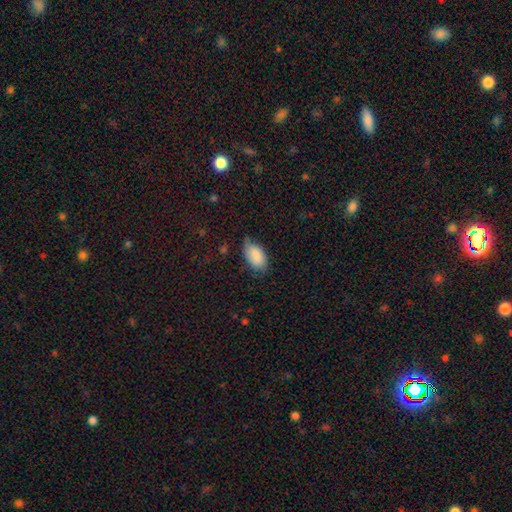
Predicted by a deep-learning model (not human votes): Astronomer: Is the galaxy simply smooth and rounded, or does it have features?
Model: smooth — 85%.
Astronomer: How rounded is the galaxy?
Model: in between — 95%.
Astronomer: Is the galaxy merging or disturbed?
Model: none — 63%.